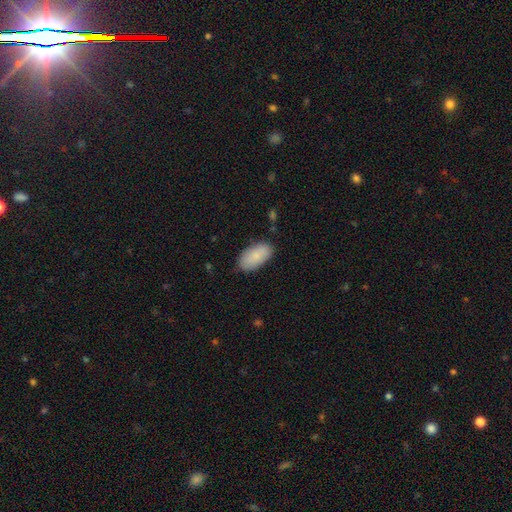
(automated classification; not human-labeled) Q: Smooth or featured?
A: smooth (84%); runner-up: featured or disk (10%)
Q: How rounded?
A: in between (95%); runner-up: round (3%)
Q: Merging?
A: none (83%); runner-up: minor disturbance (14%)